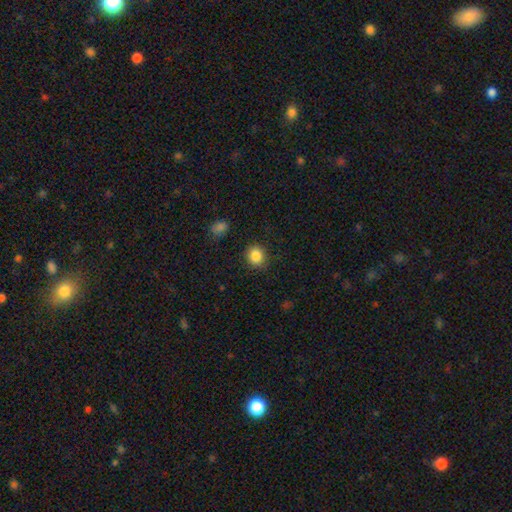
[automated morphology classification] smooth_or_featured: smooth (p=0.85) [alt: star or artifact p=0.10]
how_rounded: round (p=0.83) [alt: in between p=0.16]
merging: none (p=0.87) [alt: minor disturbance p=0.09]